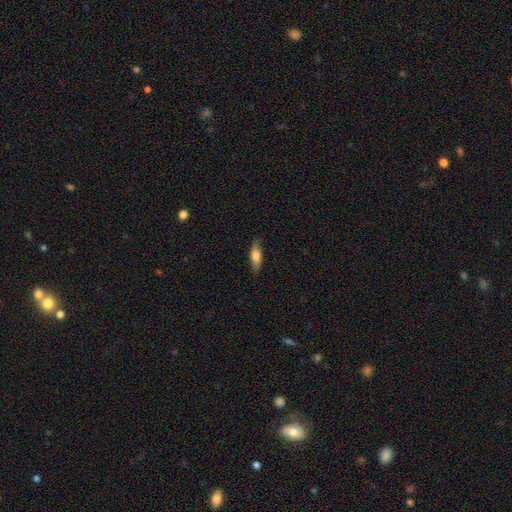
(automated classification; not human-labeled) This appears to be a smooth galaxy with no disk features (64%) that is cigar-shaped (50%). Merging: none (82%).